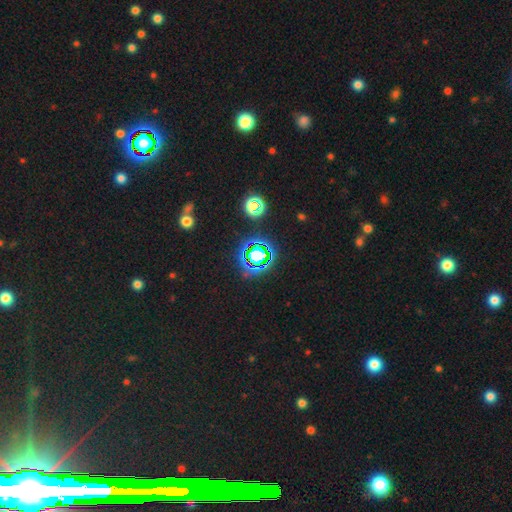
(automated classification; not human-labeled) Q: Smooth or featured?
A: star or artifact (71%); runner-up: smooth (18%)